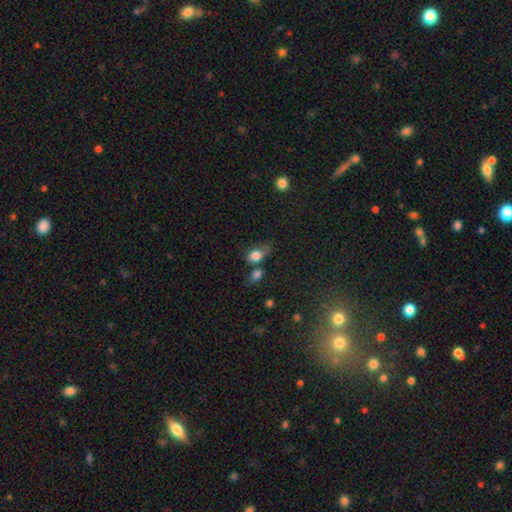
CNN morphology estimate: The model was most divided on "merging": none: 32%, merger: 26%, minor disturbance: 25%, major disturbance: 17%. More confident: smooth or featured — smooth (79%); how rounded — in between (63%).